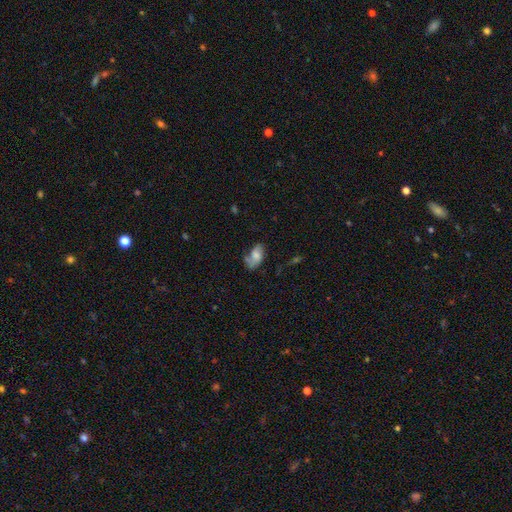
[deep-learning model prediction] Smooth or featured? Predicted: smooth (p=0.57). How rounded? Predicted: in between (p=0.92). Merging? Predicted: none (p=0.46).